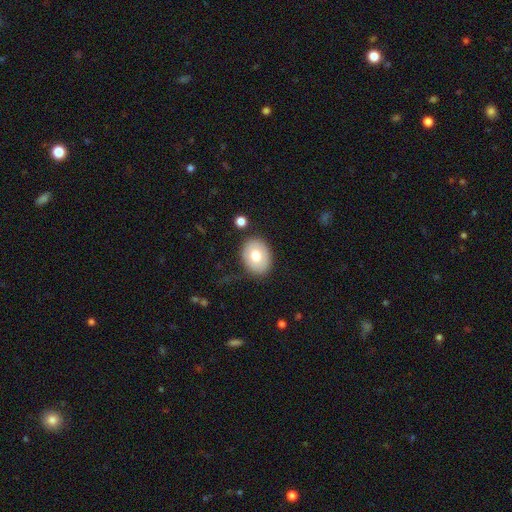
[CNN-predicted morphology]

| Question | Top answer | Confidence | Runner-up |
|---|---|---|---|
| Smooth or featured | smooth | 75% | featured or disk (18%) |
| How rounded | in between | 64% | round (36%) |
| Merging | none | 82% | minor disturbance (11%) |